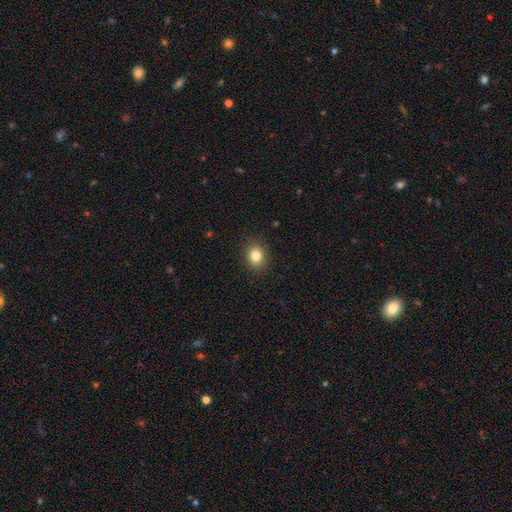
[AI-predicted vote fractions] Smooth or featured: smooth — 83% (star or artifact — 10%)
How rounded: round — 58% (in between — 41%)
Merging: none — 89% (minor disturbance — 8%)